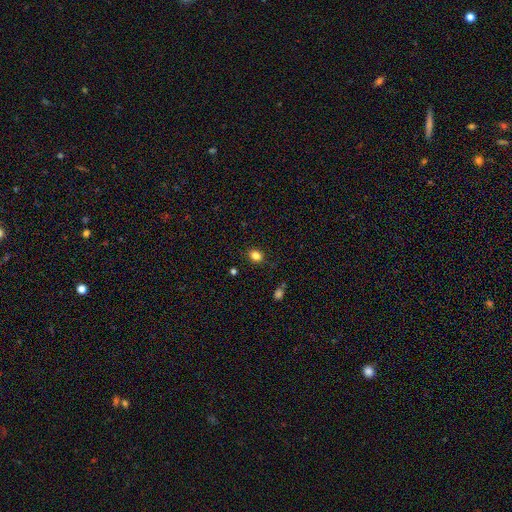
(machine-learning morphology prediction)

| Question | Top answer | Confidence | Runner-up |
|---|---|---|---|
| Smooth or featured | smooth | 84% | star or artifact (12%) |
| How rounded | in between | 50% | round (49%) |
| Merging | none | 85% | minor disturbance (10%) |